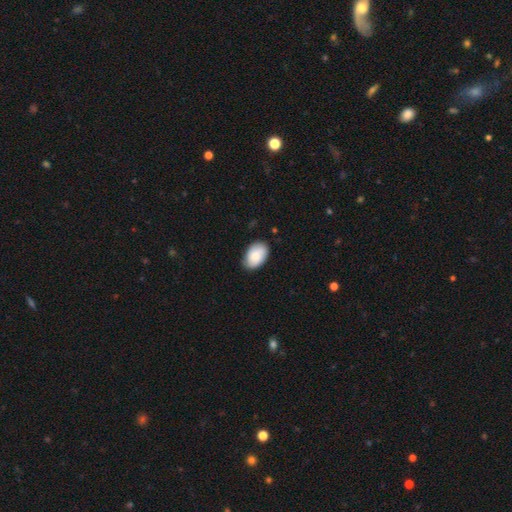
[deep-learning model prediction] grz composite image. It shows a smooth galaxy with no disk features (81%) that is in between round and cigar-shaped (89%). Merging: none (80%).